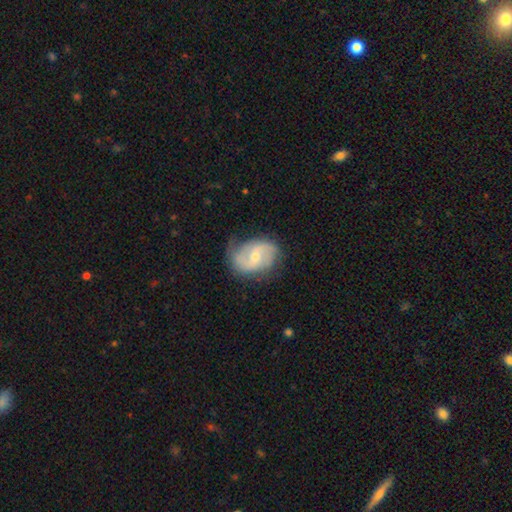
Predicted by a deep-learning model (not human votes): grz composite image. It shows a featured or disk galaxy (75%) with a weak bar (45%), 2 (84%) medium (44%) spiral arms (92%) and a small central bulge (50%). Merging: none (66%).